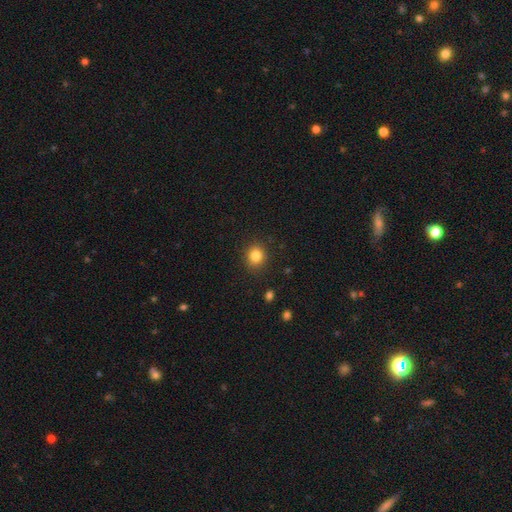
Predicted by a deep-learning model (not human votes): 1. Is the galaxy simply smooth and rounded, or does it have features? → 84% smooth, 11% star or artifact, 5% featured or disk.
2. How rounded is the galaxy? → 84% round, 15% in between, 1% cigar-shaped.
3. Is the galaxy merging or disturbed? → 89% none, 8% minor disturbance, 2% major disturbance, 1% merger.